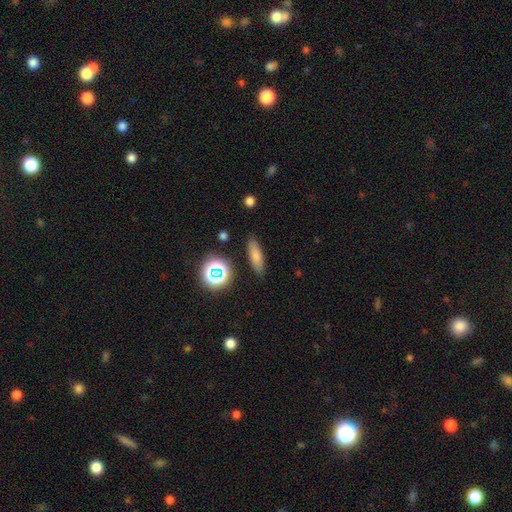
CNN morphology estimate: Smooth or featured? Predicted: smooth (p=0.74). How rounded? Predicted: cigar-shaped (p=0.50). Merging? Predicted: none (p=0.86).